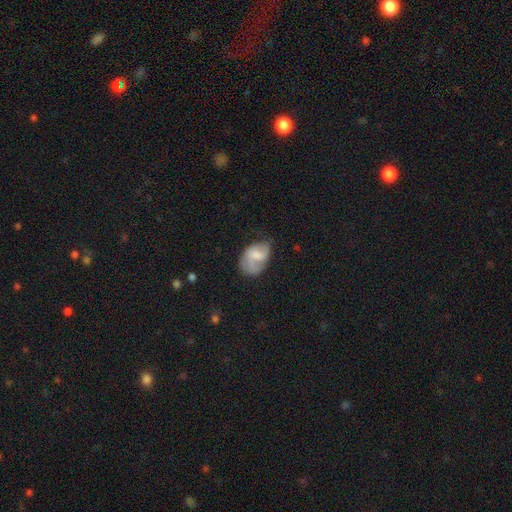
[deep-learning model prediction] A smooth galaxy with no disk features (53%) that is in between round and cigar-shaped (83%).

Vote fractions:
- Smooth or featured? smooth: 53% / featured or disk: 40% / star or artifact: 7%
- How rounded? in between: 83% / round: 16% / cigar-shaped: 1%
- Merging? none: 41% / minor disturbance: 34% / major disturbance: 22% / merger: 3%